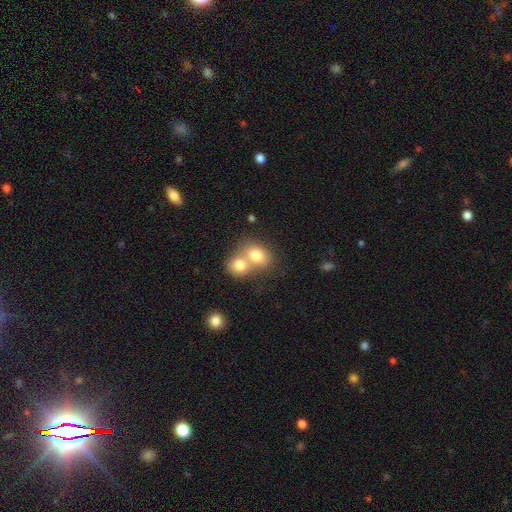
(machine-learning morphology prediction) The model was most divided on "how rounded": in between: 56%, round: 43%, cigar-shaped: 1%. More confident: smooth or featured — smooth (77%); merging — merger (65%).